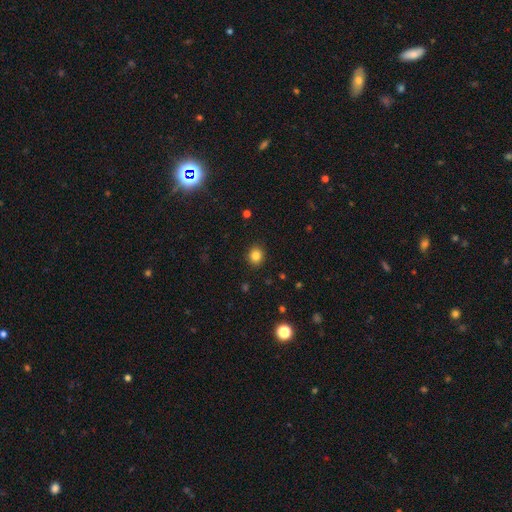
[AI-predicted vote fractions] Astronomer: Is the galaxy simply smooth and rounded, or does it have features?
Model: smooth — 83%.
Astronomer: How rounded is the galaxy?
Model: round — 75%.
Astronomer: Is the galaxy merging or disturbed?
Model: none — 90%.